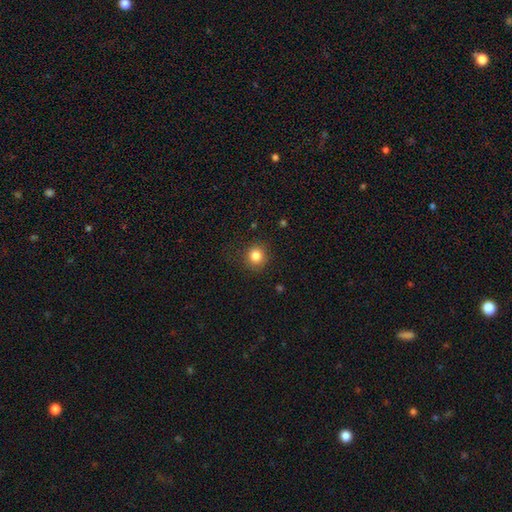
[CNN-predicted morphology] Smooth or featured? Predicted: smooth (p=0.84). How rounded? Predicted: round (p=0.91). Merging? Predicted: none (p=0.87).